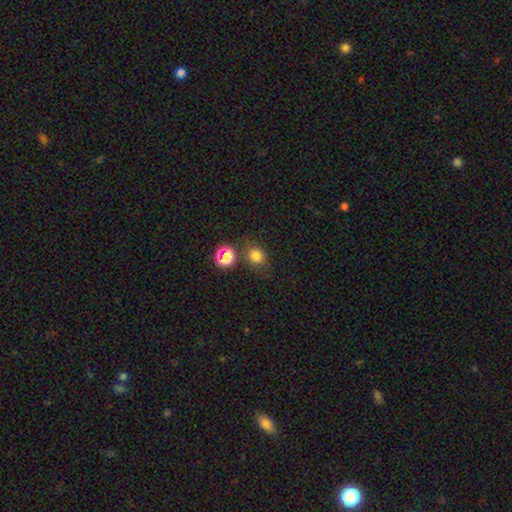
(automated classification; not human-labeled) This appears to be a smooth galaxy with no disk features (77%) that is round (63%). Merging: none (71%).